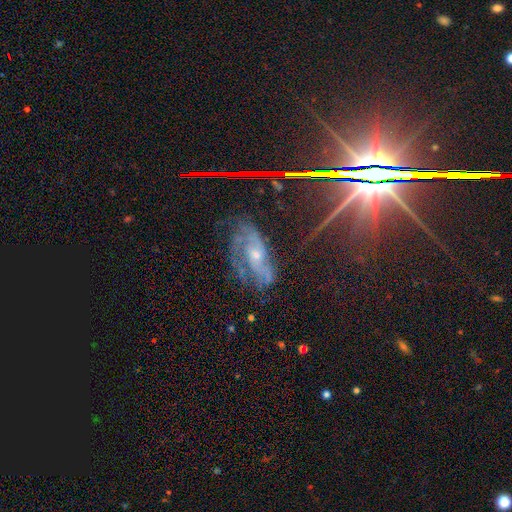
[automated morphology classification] Smooth or featured?
  - featured or disk: 75% *
  - star or artifact: 17%
  - smooth: 8%
Edge-on disk?
  - no: 90% *
  - yes: 10%
Bar?
  - no: 55% *
  - weak: 30%
  - strong: 15%
Spiral arms?
  - yes: 93% *
  - no: 7%
Spiral winding?
  - tight: 42% *
  - medium: 40%
  - loose: 18%
Spiral arm count?
  - 2: 36% *
  - can't tell: 28%
  - 3: 19%
  - 4: 7%
  - 1: 6%
  - more than 4: 5%
Bulge size?
  - small: 64% *
  - moderate: 31%
  - none: 2%
  - large: 1%
  - dominant: 1%
Merging?
  - none: 65% *
  - minor disturbance: 21%
  - major disturbance: 12%
  - merger: 2%